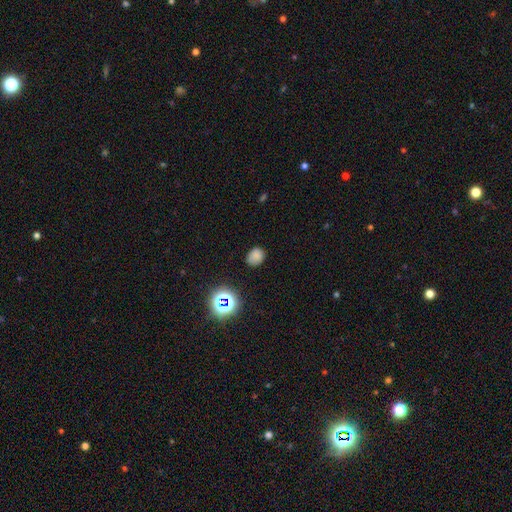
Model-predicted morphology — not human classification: A smooth galaxy with no disk features (75%) that is round (51%). Merging: none (75%).